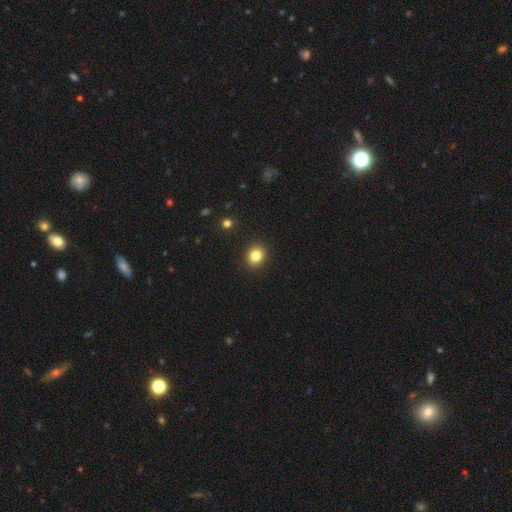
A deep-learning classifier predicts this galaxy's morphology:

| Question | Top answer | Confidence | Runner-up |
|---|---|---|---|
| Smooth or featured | smooth | 83% | star or artifact (11%) |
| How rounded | round | 67% | in between (32%) |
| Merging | none | 91% | minor disturbance (6%) |